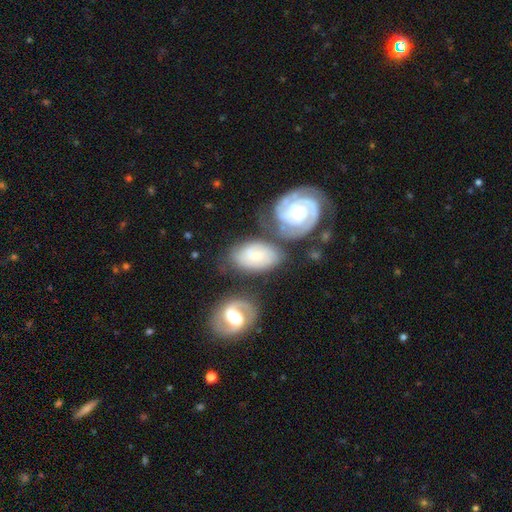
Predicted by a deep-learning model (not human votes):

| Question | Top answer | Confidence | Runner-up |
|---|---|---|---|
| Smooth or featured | featured or disk | 51% | smooth (42%) |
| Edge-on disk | no | 94% | yes (6%) |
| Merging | none | 55% | minor disturbance (20%) |